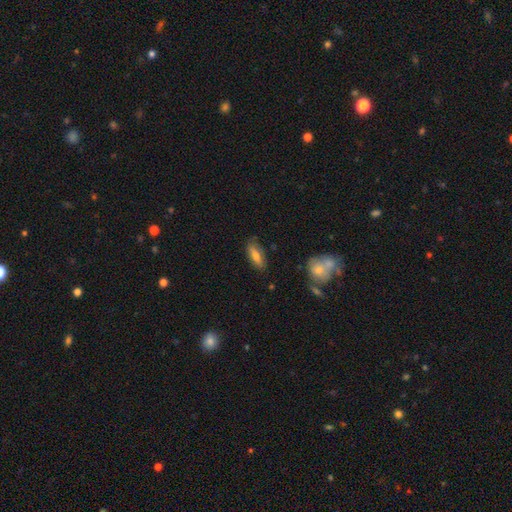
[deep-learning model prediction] A smooth galaxy with no disk features (71%) that is in between round and cigar-shaped (60%).

Vote fractions:
- Smooth or featured? smooth: 71% / featured or disk: 23% / star or artifact: 7%
- How rounded? in between: 60% / cigar-shaped: 38% / round: 2%
- Merging? none: 80% / minor disturbance: 15% / major disturbance: 3% / merger: 2%